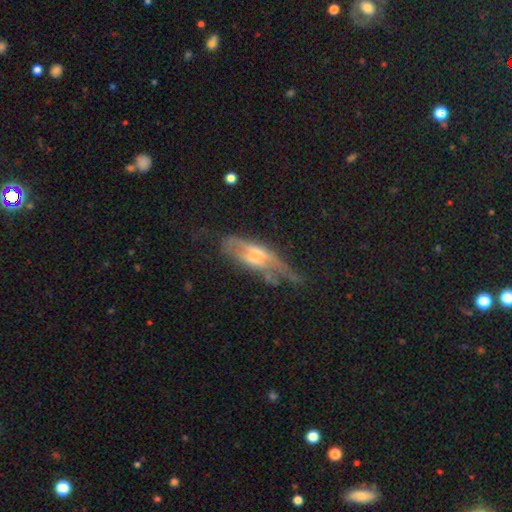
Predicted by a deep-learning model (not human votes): A featured or disk galaxy (60%) viewed edge-on (58%). Merging: none (38%).